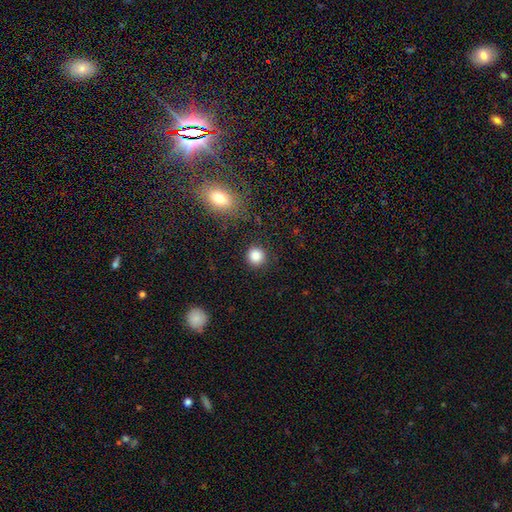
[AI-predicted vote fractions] The model was most divided on "smooth or featured": smooth: 85%, star or artifact: 11%, featured or disk: 4%. More confident: how rounded — round (91%); merging — none (89%).